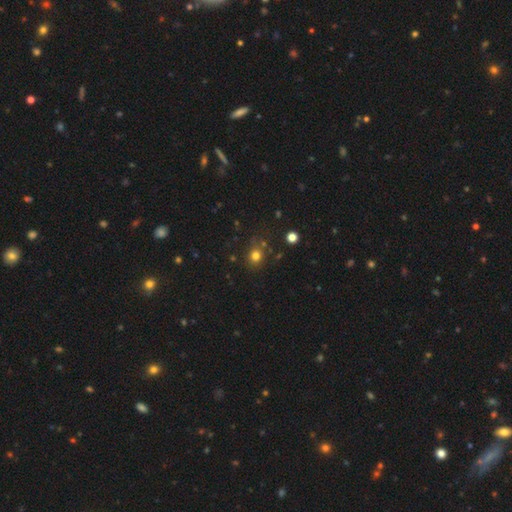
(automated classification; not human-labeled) smooth-or-featured: smooth: 76% | star or artifact: 17% | featured or disk: 7%
  how-rounded: round: 77% | in between: 22% | cigar-shaped: 1%
  merging: none: 77% | minor disturbance: 13% | merger: 6% | major disturbance: 4%